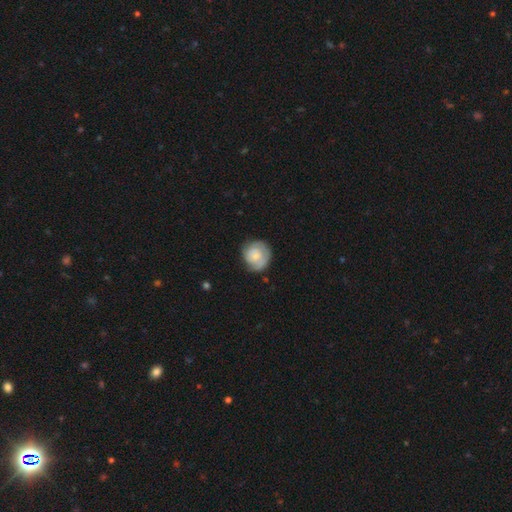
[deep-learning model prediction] Morphology: type=smooth (52%); roundness=round (88%); merging=none (69%).